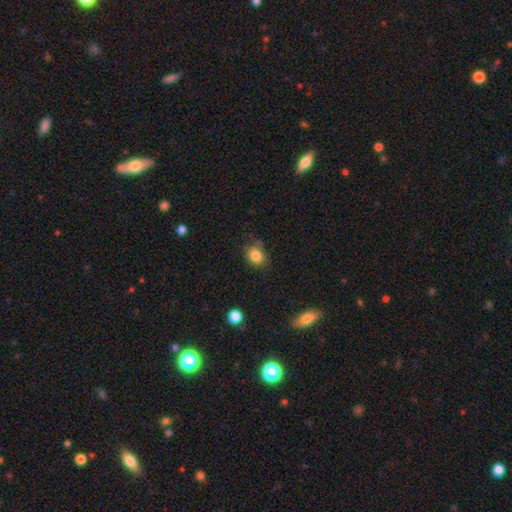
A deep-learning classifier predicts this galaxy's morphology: smooth_or_featured: smooth (p=0.84) [alt: star or artifact p=0.10]
how_rounded: round (p=0.50) [alt: in between p=0.49]
merging: none (p=0.72) [alt: minor disturbance p=0.20]